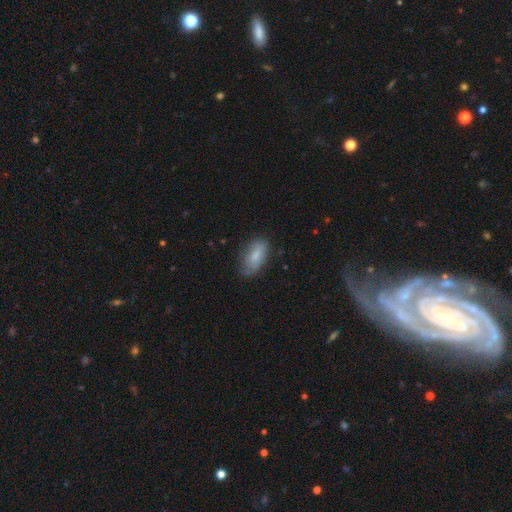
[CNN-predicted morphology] A smooth galaxy with no disk features (75%) that is in between round and cigar-shaped (90%). Merging: none (65%).